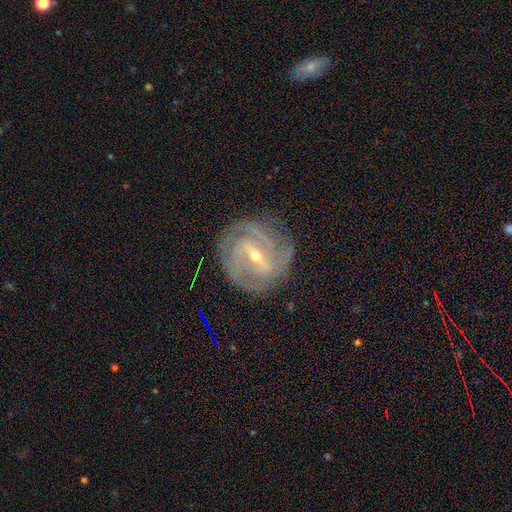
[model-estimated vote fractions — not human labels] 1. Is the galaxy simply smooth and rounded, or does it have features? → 88% featured or disk, 6% smooth, 6% star or artifact.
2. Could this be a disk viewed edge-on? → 95% no, 5% yes.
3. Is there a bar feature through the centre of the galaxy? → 59% strong, 32% weak, 9% no.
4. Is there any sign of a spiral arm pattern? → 95% yes, 5% no.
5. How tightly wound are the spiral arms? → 64% tight, 30% medium, 7% loose.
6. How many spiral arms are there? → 33% 2, 24% 3, 23% can't tell, 10% 4, 5% 1, 5% more than 4.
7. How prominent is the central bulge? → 53% small, 44% moderate, 1% large, 1% none, 1% dominant.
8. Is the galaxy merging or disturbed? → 79% none, 14% minor disturbance, 5% major disturbance, 1% merger.